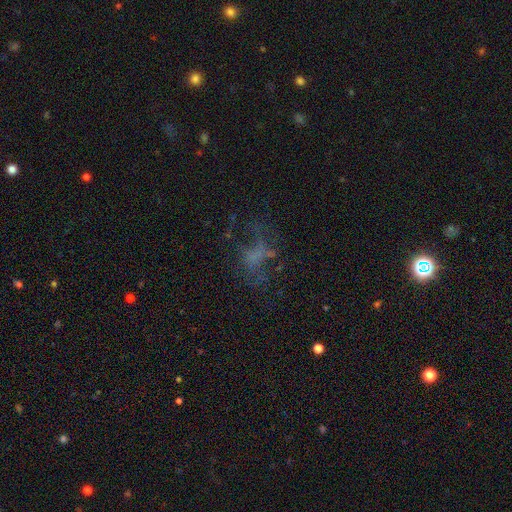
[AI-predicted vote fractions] This is marginally a featured or disk galaxy (44%). Merging: possibly none (47%).